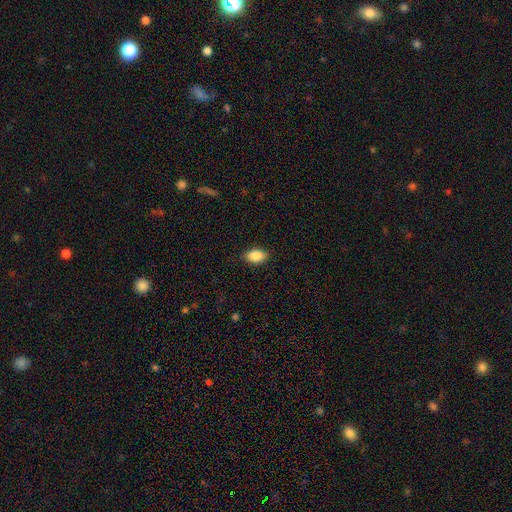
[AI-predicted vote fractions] smooth-or-featured: smooth: 87% | star or artifact: 7% | featured or disk: 5%
  how-rounded: in between: 91% | round: 7% | cigar-shaped: 2%
  merging: none: 88% | minor disturbance: 9% | major disturbance: 2% | merger: 1%